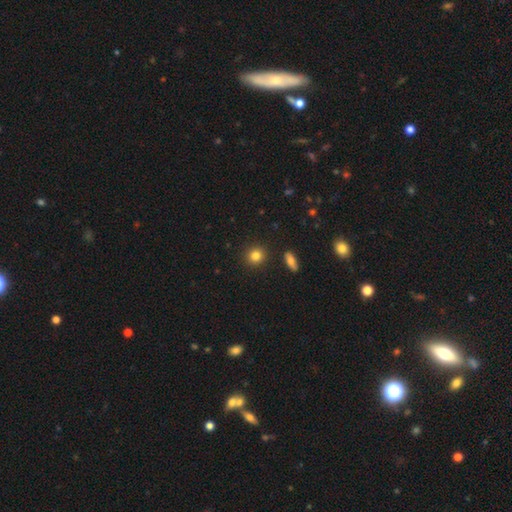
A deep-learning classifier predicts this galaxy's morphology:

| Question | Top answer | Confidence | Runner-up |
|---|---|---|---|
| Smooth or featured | smooth | 83% | star or artifact (10%) |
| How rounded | round | 87% | in between (12%) |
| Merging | none | 90% | minor disturbance (6%) |